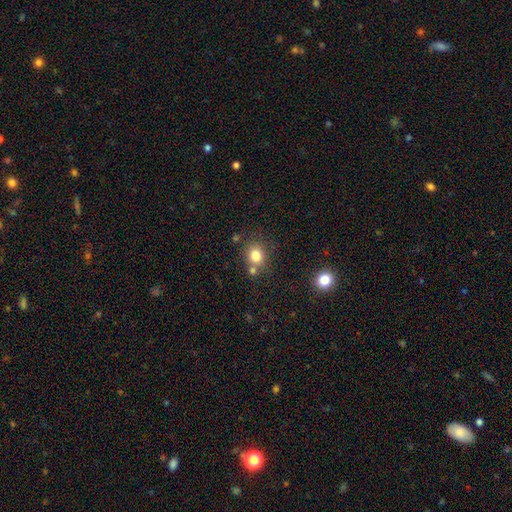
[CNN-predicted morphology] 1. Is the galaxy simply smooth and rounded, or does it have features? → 80% smooth, 12% star or artifact, 8% featured or disk.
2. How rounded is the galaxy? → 72% round, 27% in between, 1% cigar-shaped.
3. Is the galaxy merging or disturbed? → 63% none, 20% merger, 12% minor disturbance, 4% major disturbance.